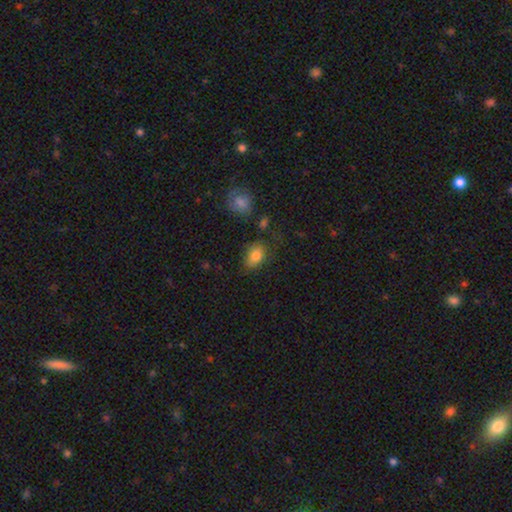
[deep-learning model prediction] smooth_or_featured: smooth (p=0.82) [alt: star or artifact p=0.09]
how_rounded: in between (p=0.80) [alt: round p=0.19]
merging: none (p=0.67) [alt: minor disturbance p=0.22]